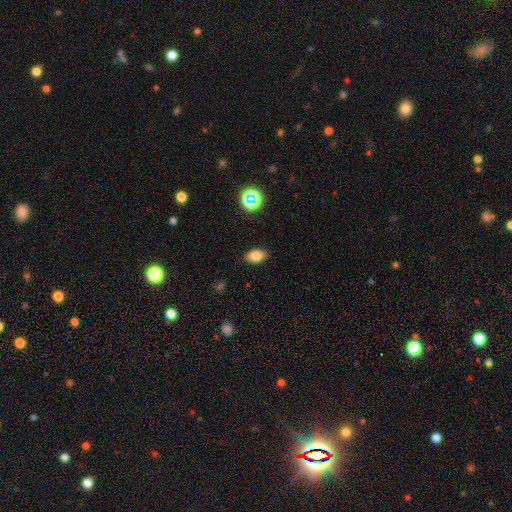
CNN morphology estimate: Smooth or featured: smooth — 80% (star or artifact — 11%)
How rounded: in between — 89% (round — 9%)
Merging: none — 88% (minor disturbance — 9%)